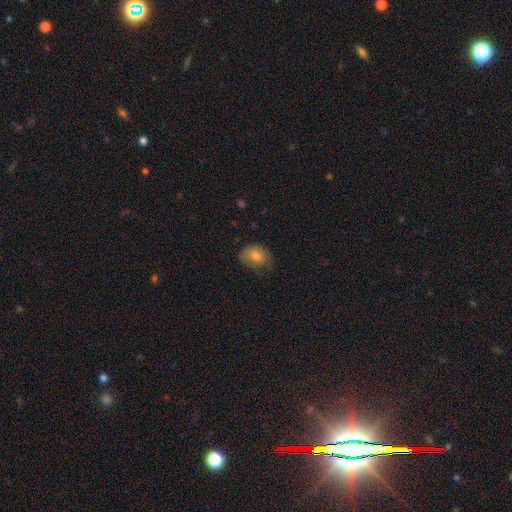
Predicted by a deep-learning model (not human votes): A smooth galaxy with no disk features (74%) that is in between round and cigar-shaped (53%). Merging: none (61%).